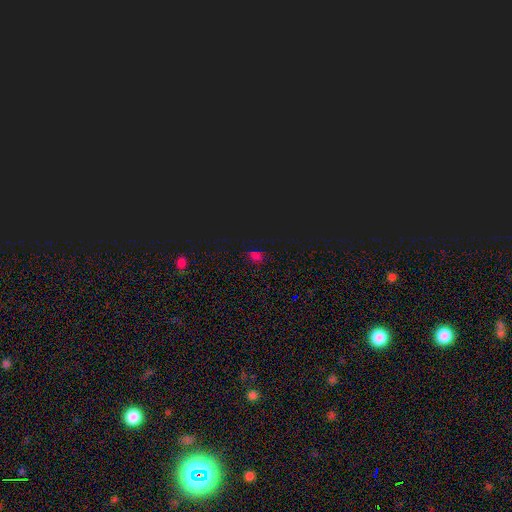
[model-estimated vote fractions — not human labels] smooth_or_featured: star or artifact (p=0.51) [alt: smooth p=0.43]